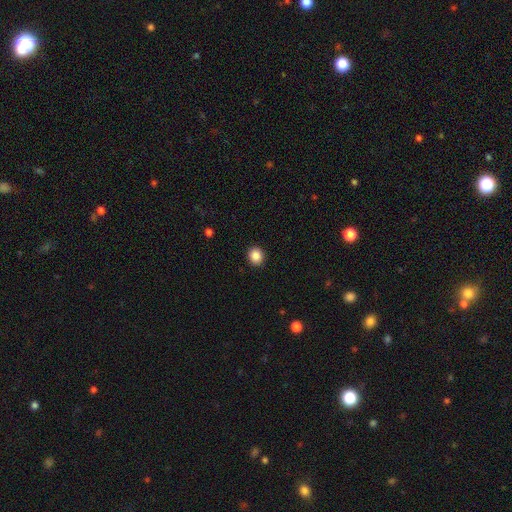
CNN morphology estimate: smooth 87%, star or artifact 10%, featured or disk 3%. Down the decision tree: how rounded — round (83%); merging — none (92%).